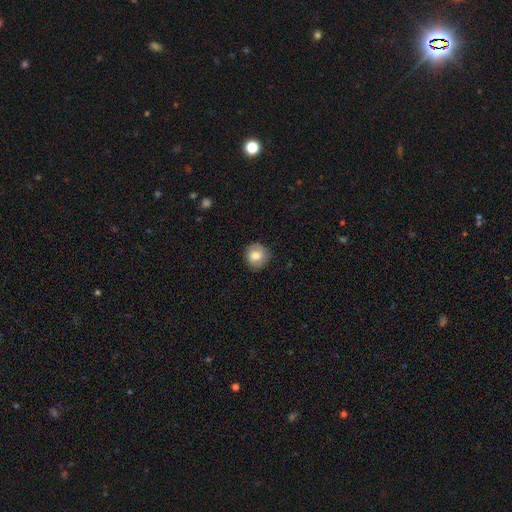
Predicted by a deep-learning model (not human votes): Smooth or featured? Predicted: smooth (p=0.73). How rounded? Predicted: round (p=0.88). Merging? Predicted: none (p=0.85).